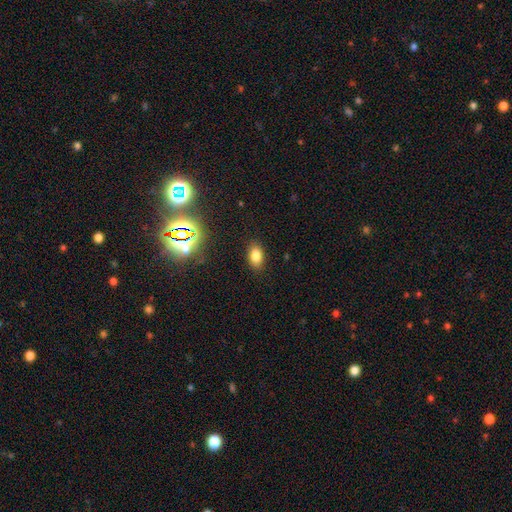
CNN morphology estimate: Overall: smooth (78%). How rounded: in between (88%). Merging: none (87%).